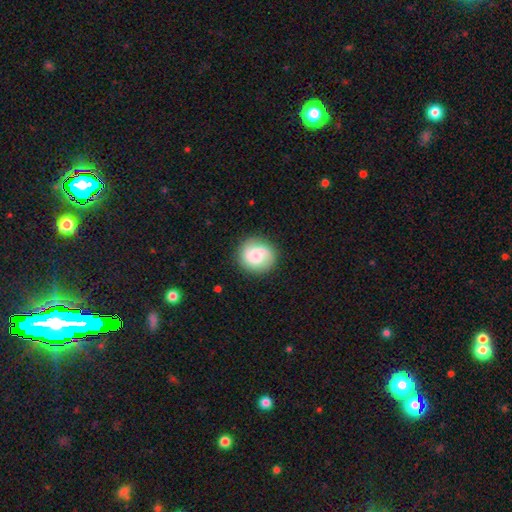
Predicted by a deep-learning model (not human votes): smooth-or-featured: featured or disk: 47% | smooth: 45% | star or artifact: 8%
  merging: none: 81% | minor disturbance: 13% | major disturbance: 5% | merger: 2%